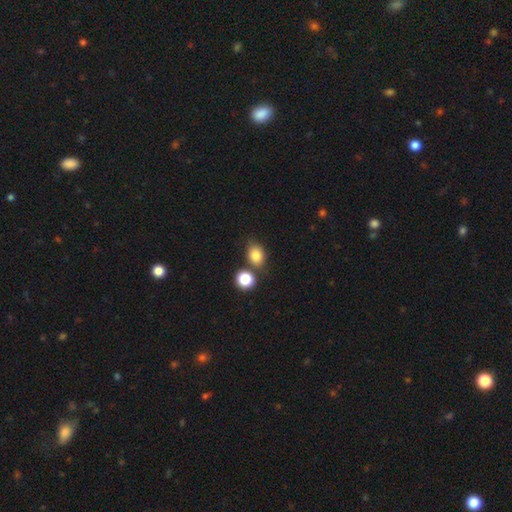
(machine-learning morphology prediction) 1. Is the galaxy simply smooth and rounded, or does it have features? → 83% smooth, 11% star or artifact, 7% featured or disk.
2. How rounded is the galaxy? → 51% in between, 47% round, 1% cigar-shaped.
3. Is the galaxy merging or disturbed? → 65% none, 17% merger, 14% minor disturbance, 4% major disturbance.